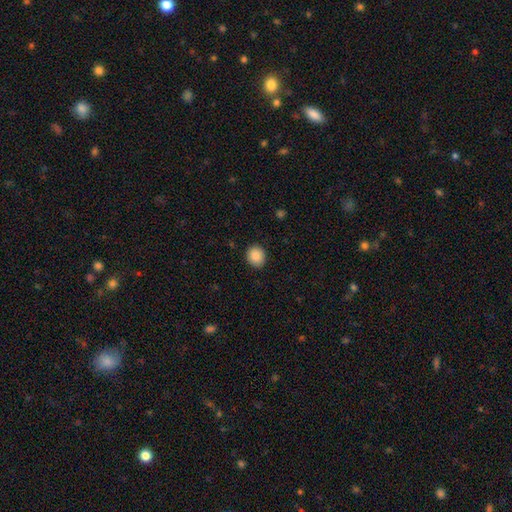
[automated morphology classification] Smooth or featured?
  - smooth: 88% *
  - star or artifact: 8%
  - featured or disk: 4%
How rounded?
  - round: 70% *
  - in between: 29%
  - cigar-shaped: 1%
Merging?
  - none: 90% *
  - minor disturbance: 7%
  - major disturbance: 2%
  - merger: 1%